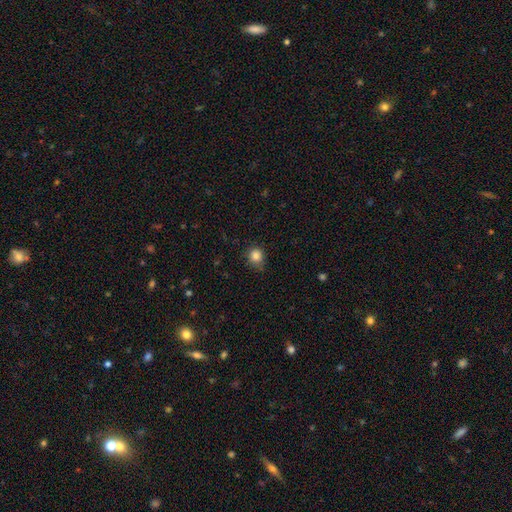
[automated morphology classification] smooth_or_featured: smooth (p=0.84) [alt: star or artifact p=0.11]
how_rounded: round (p=0.85) [alt: in between p=0.14]
merging: none (p=0.75) [alt: minor disturbance p=0.20]